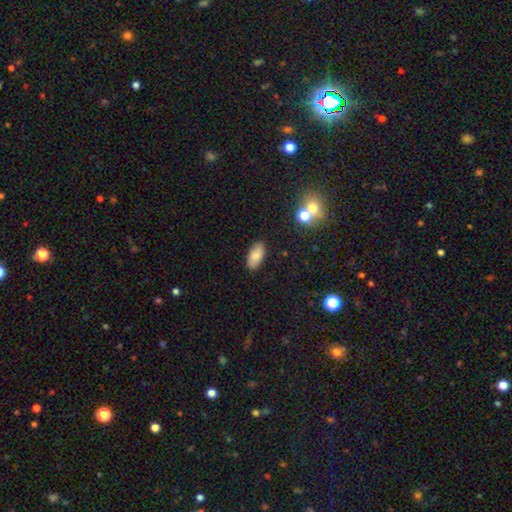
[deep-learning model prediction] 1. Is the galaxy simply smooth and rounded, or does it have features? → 83% smooth, 9% featured or disk, 8% star or artifact.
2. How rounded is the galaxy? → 91% in between, 6% cigar-shaped, 3% round.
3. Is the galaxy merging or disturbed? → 87% none, 9% minor disturbance, 2% major disturbance, 2% merger.